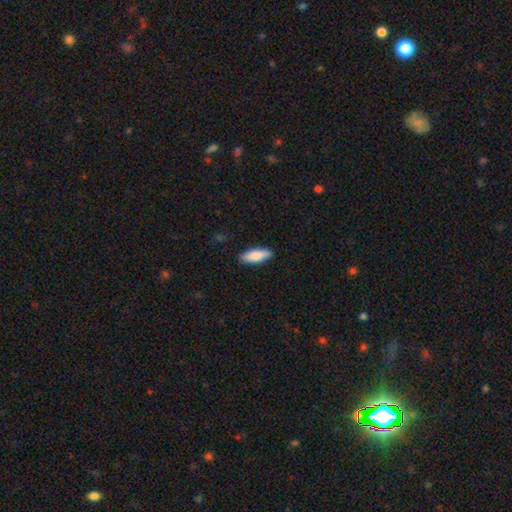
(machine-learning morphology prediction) This is clearly a smooth galaxy (84%). How rounded: likely in between (70%). Merging: clearly none (87%).